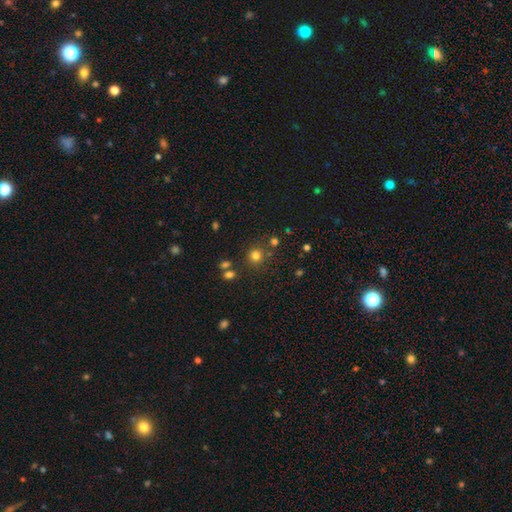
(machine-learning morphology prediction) smooth 76%, star or artifact 18%, featured or disk 6%. Down the decision tree: how rounded — round (91%); merging — none (78%).